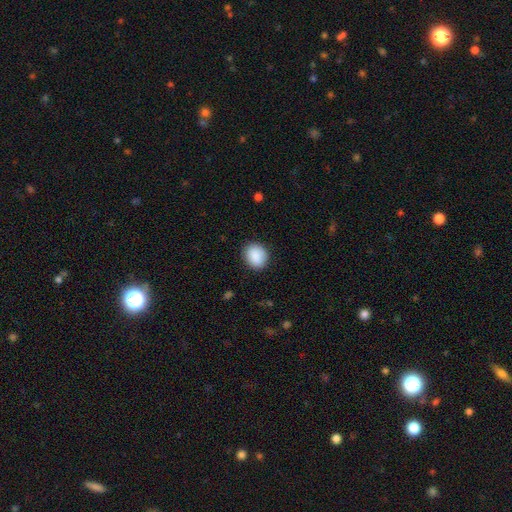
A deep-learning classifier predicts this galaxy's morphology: Smooth or featured?
  - smooth: 89% *
  - star or artifact: 7%
  - featured or disk: 4%
How rounded?
  - round: 67% *
  - in between: 32%
  - cigar-shaped: 1%
Merging?
  - none: 87% *
  - minor disturbance: 10%
  - major disturbance: 3%
  - merger: 1%